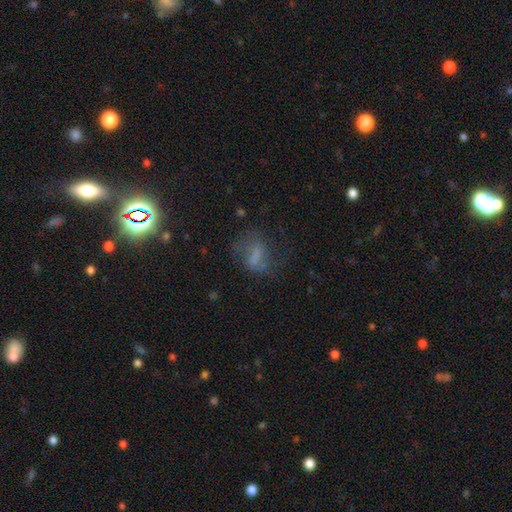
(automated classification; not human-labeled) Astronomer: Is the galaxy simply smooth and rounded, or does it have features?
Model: smooth — 49% (runner-up: featured or disk, 32%).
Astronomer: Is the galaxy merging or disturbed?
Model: none — 47% (runner-up: major disturbance, 28%).